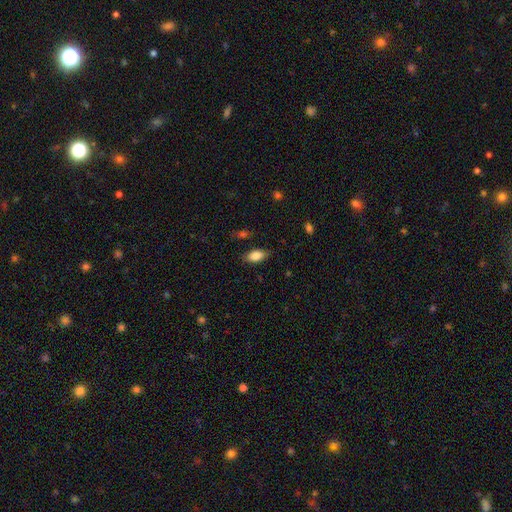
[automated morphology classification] Smooth or featured: smooth — 85% (featured or disk — 8%)
How rounded: in between — 90% (cigar-shaped — 6%)
Merging: none — 80% (minor disturbance — 15%)